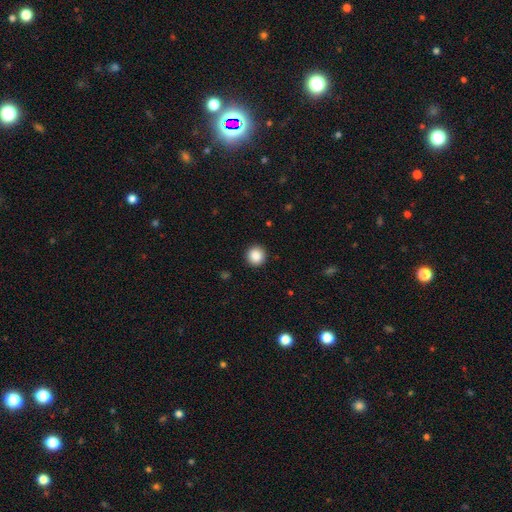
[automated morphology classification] The model was most divided on "smooth or featured": smooth: 88%, star or artifact: 9%, featured or disk: 3%. More confident: how rounded — round (93%); merging — none (92%).